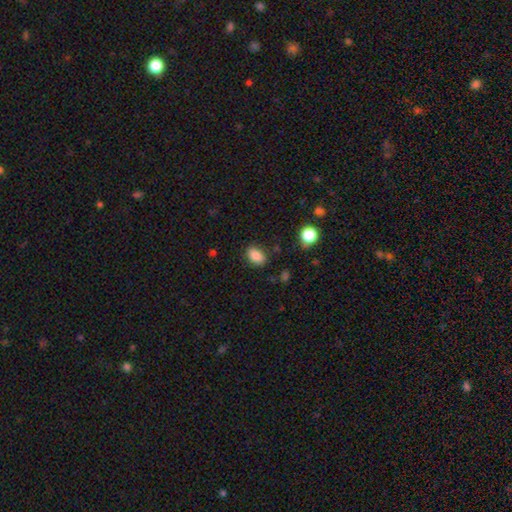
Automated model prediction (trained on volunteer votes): Smooth or featured: smooth — 85% (star or artifact — 9%)
How rounded: in between — 84% (round — 14%)
Merging: none — 82% (minor disturbance — 13%)